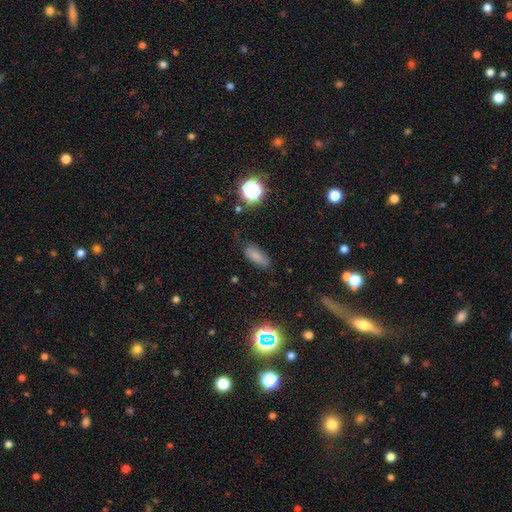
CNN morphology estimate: Smooth or featured: smooth — 76% (star or artifact — 14%)
How rounded: in between — 75% (cigar-shaped — 21%)
Merging: none — 75% (minor disturbance — 18%)